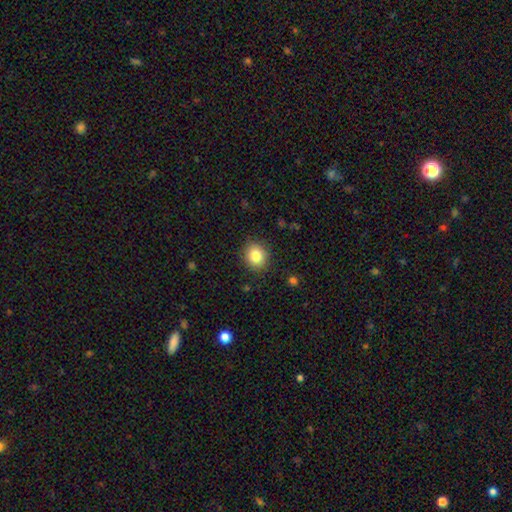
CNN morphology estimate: A smooth galaxy with no disk features (82%) that is round (78%).

Vote fractions:
- Smooth or featured? smooth: 82% / star or artifact: 10% / featured or disk: 8%
- How rounded? round: 78% / in between: 21% / cigar-shaped: 1%
- Merging? none: 89% / minor disturbance: 8% / major disturbance: 2% / merger: 1%